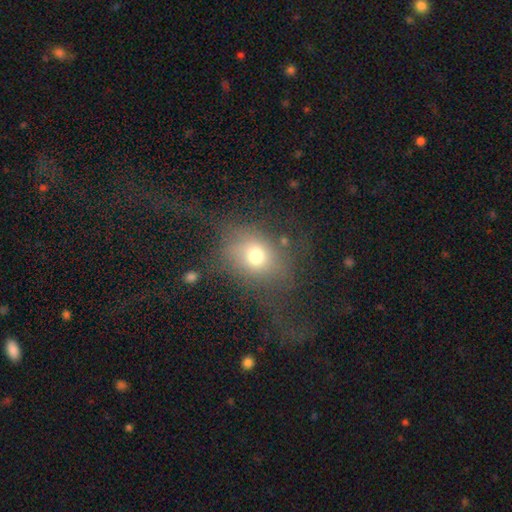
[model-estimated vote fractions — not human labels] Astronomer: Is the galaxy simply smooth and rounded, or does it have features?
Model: smooth — 68%.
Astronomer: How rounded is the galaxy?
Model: round — 53% (runner-up: in between, 45%).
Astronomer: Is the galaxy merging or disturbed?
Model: none — 54%.